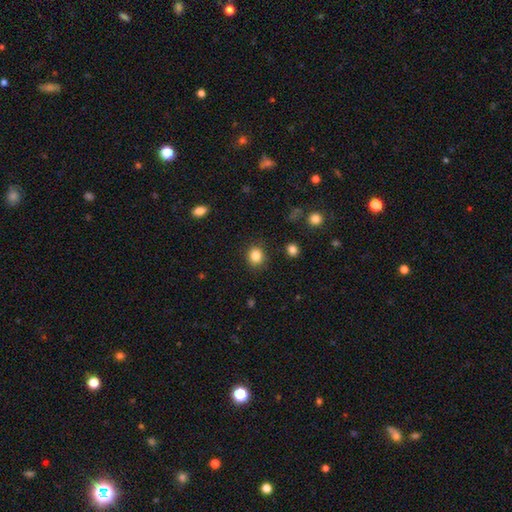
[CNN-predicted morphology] smooth_or_featured: smooth (p=0.85) [alt: star or artifact p=0.10]
how_rounded: round (p=0.74) [alt: in between p=0.26]
merging: none (p=0.87) [alt: minor disturbance p=0.09]